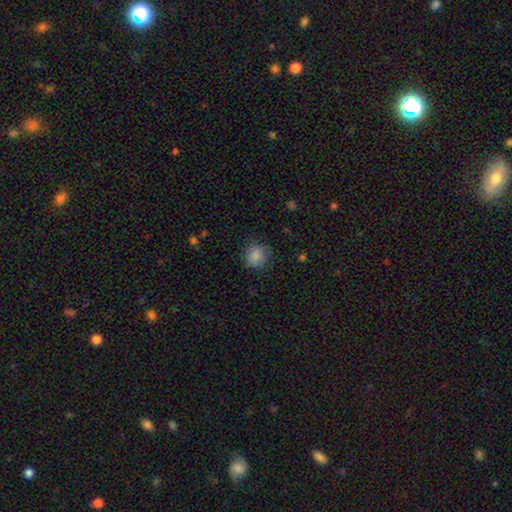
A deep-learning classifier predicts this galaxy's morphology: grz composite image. It shows a smooth galaxy with no disk features (87%) that is round (87%). Merging: none (83%).